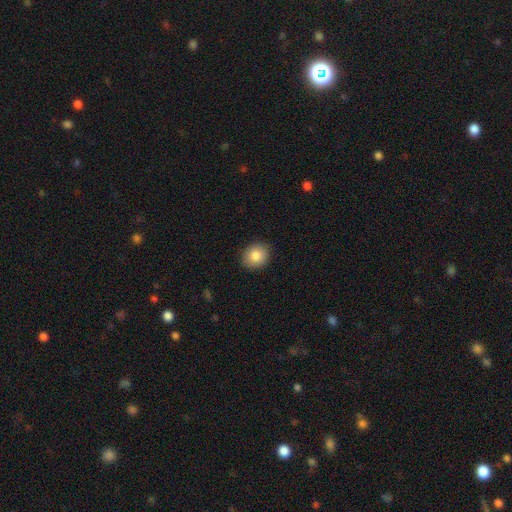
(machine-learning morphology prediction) smooth_or_featured: smooth (p=0.85) [alt: star or artifact p=0.08]
how_rounded: round (p=0.67) [alt: in between p=0.32]
merging: none (p=0.89) [alt: minor disturbance p=0.08]